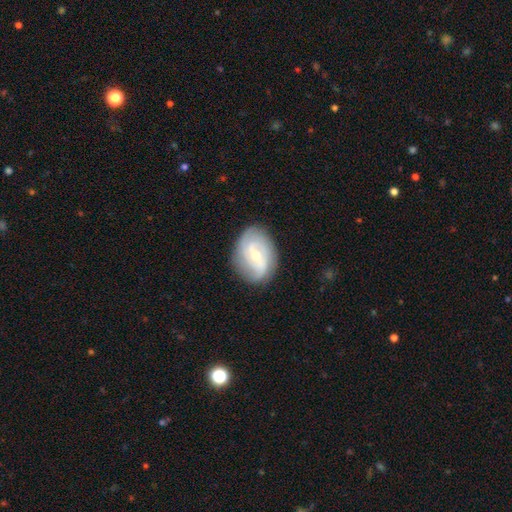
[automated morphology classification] Smooth or featured? Predicted: featured or disk (p=0.74). Edge-on disk? Predicted: no (p=0.96). Bar? Predicted: weak (p=0.50). Spiral arms? Predicted: yes (p=0.88). Spiral winding? Predicted: medium (p=0.40). Spiral arm count? Predicted: 2 (p=0.54). Bulge size? Predicted: moderate (p=0.49). Merging? Predicted: none (p=0.81).